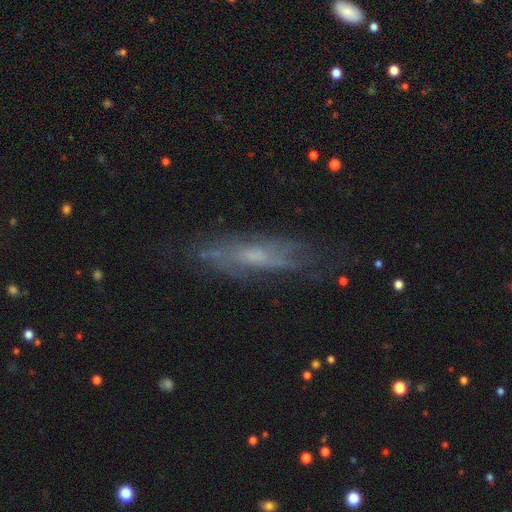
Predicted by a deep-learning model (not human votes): Smooth or featured: featured or disk — 58% (smooth — 33%)
Edge-on disk: no — 56% (yes — 44%)
Merging: none — 69% (minor disturbance — 21%)